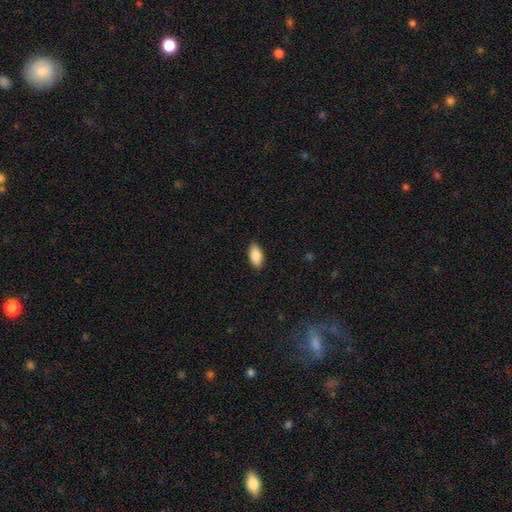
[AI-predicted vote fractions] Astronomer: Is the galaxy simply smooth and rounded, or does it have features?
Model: smooth — 88%.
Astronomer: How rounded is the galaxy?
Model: in between — 93%.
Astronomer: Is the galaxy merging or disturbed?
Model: none — 89%.